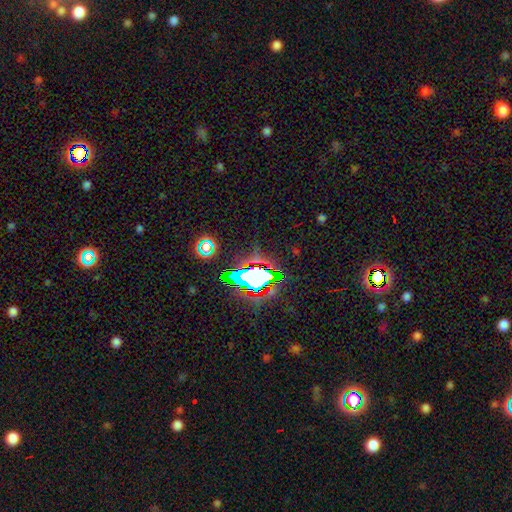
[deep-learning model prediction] This is likely a star or artifact rather than a galaxy (76%).